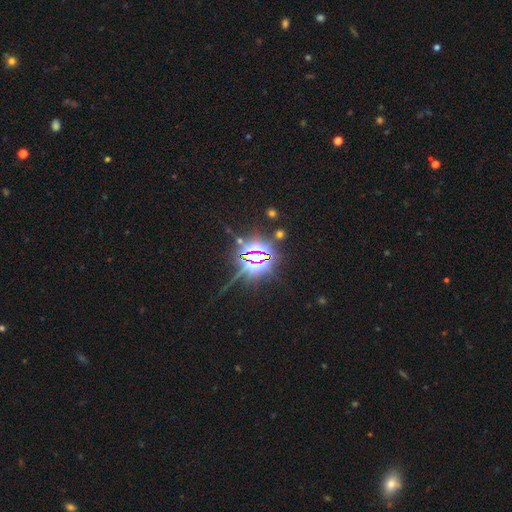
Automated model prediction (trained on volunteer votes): Smooth or featured: star or artifact — 86% (smooth — 8%)